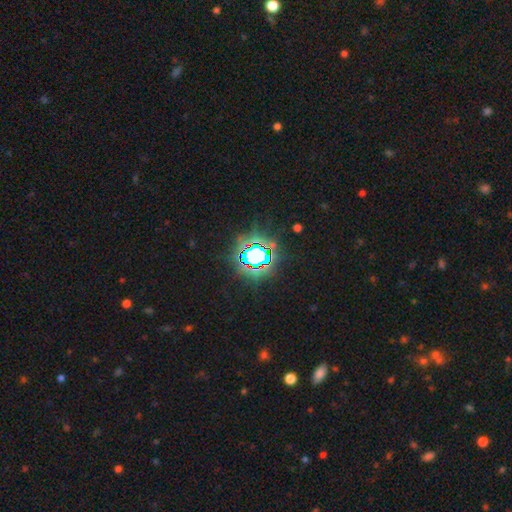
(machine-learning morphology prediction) A star or artifact, not a galaxy (72%).

Vote fractions:
- Smooth or featured? star or artifact: 72% / smooth: 17% / featured or disk: 11%